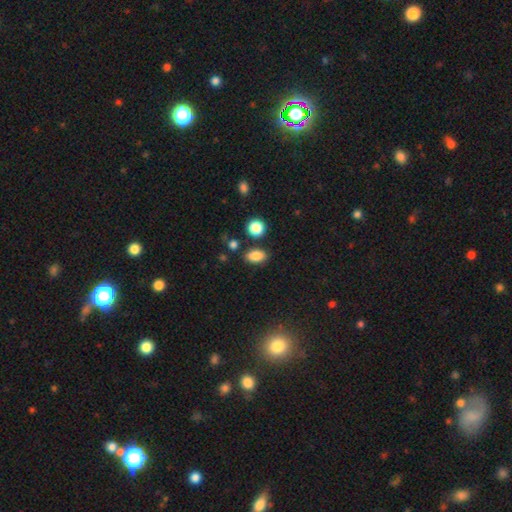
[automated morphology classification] Smooth or featured? smooth (85%)
How rounded? in between (85%)
Merging? none (82%)